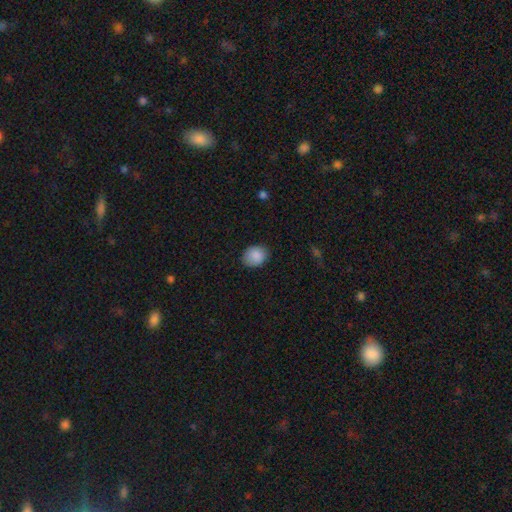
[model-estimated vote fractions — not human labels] smooth_or_featured: smooth (p=0.88) [alt: star or artifact p=0.08]
how_rounded: round (p=0.55) [alt: in between p=0.44]
merging: none (p=0.81) [alt: minor disturbance p=0.15]